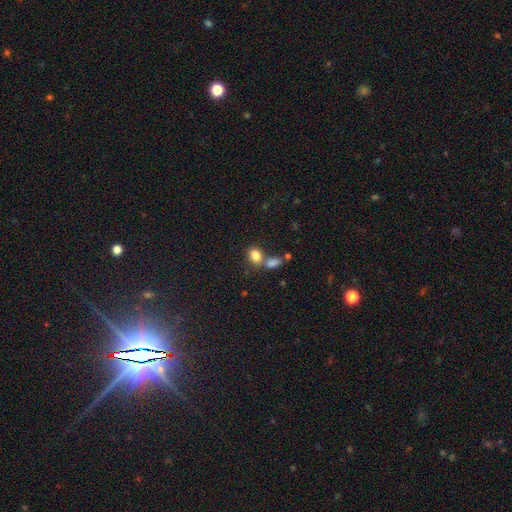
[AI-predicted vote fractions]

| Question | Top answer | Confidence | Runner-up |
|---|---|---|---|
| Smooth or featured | smooth | 83% | star or artifact (10%) |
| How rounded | in between | 70% | round (29%) |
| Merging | none | 47% | merger (37%) |